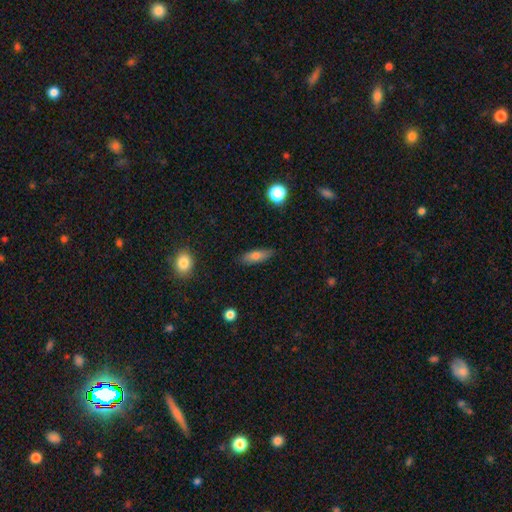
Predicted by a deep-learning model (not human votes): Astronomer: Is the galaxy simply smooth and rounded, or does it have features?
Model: smooth — 75%.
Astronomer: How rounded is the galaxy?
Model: in between — 62%.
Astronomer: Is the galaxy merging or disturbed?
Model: none — 84%.